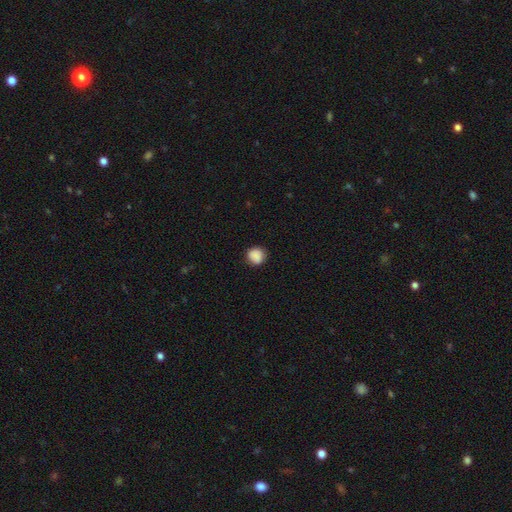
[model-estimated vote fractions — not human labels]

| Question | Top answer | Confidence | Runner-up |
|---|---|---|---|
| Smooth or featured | smooth | 86% | star or artifact (9%) |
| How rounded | round | 85% | in between (14%) |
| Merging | none | 81% | minor disturbance (14%) |